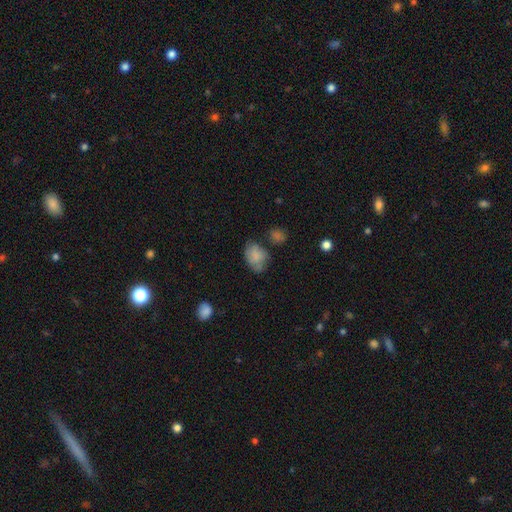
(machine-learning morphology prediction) Smooth or featured? Predicted: smooth (p=0.76). How rounded? Predicted: in between (p=0.74). Merging? Predicted: none (p=0.50).